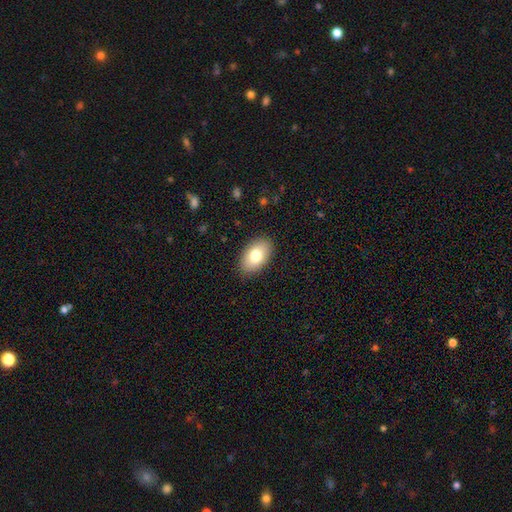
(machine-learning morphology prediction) type=smooth (78%); roundness=in between (93%); merging=none (87%).